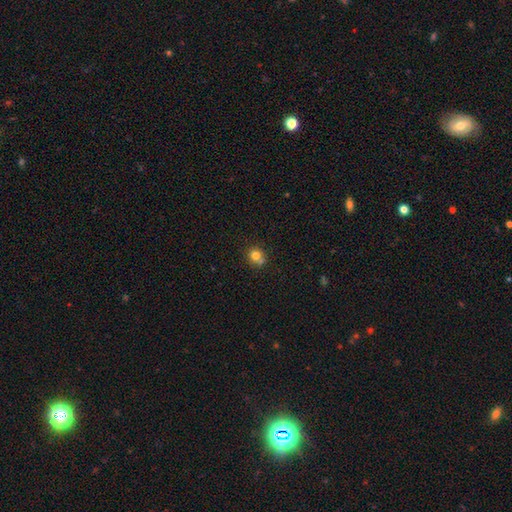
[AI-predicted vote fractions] Smooth or featured: smooth — 77% (star or artifact — 13%)
How rounded: round — 86% (in between — 13%)
Merging: none — 61% (merger — 23%)